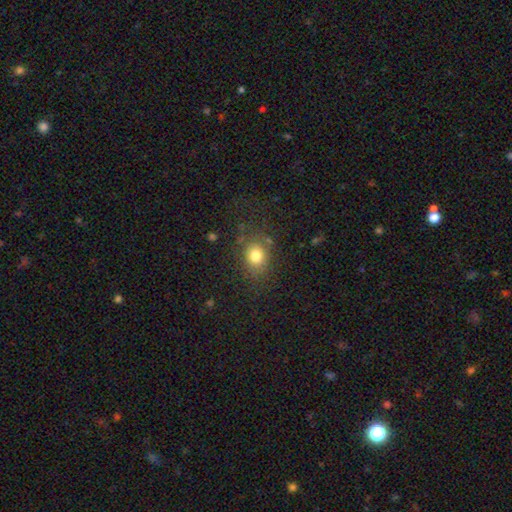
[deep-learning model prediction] smooth_or_featured: smooth (p=0.78) [alt: star or artifact p=0.13]
how_rounded: round (p=0.60) [alt: in between p=0.39]
merging: none (p=0.78) [alt: minor disturbance p=0.13]